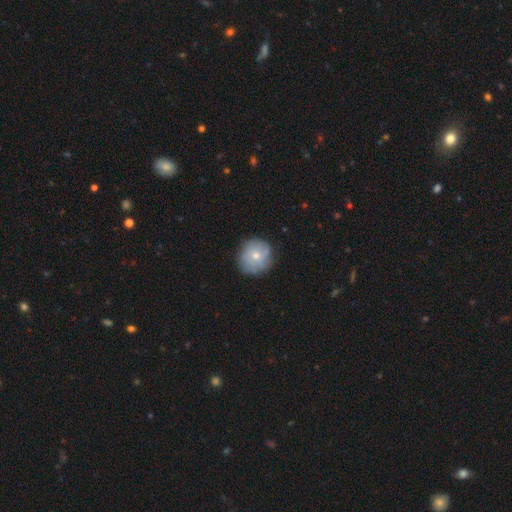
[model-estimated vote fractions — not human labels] This is likely a smooth galaxy (61%). How rounded: clearly round (90%). Merging: likely none (79%).